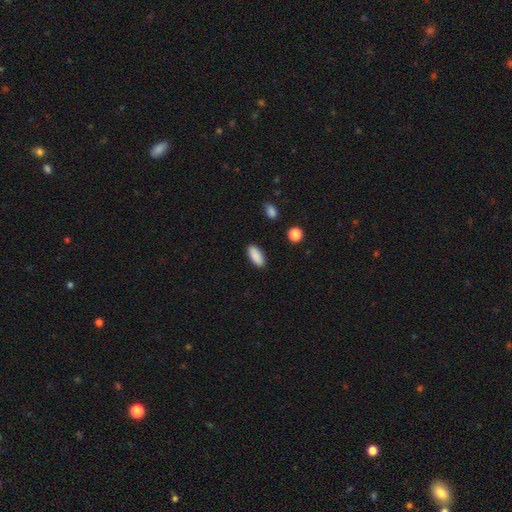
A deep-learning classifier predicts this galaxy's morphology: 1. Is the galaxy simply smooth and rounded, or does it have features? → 90% smooth, 7% star or artifact, 4% featured or disk.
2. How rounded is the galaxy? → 87% in between, 11% cigar-shaped, 2% round.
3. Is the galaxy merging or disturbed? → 89% none, 8% minor disturbance, 2% major disturbance, 1% merger.